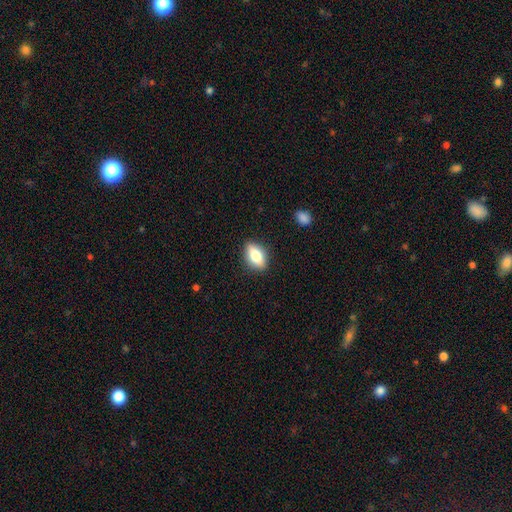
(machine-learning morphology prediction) Smooth or featured? smooth (71%)
How rounded? in between (82%)
Merging? none (87%)